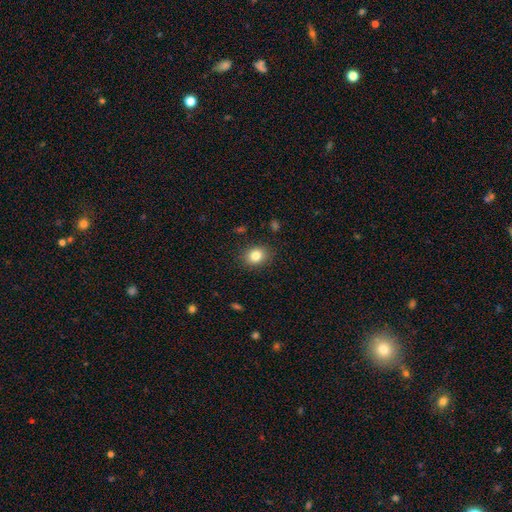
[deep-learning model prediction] Q: Smooth or featured?
A: smooth (83%); runner-up: star or artifact (10%)
Q: How rounded?
A: round (57%); runner-up: in between (42%)
Q: Merging?
A: none (88%); runner-up: minor disturbance (9%)